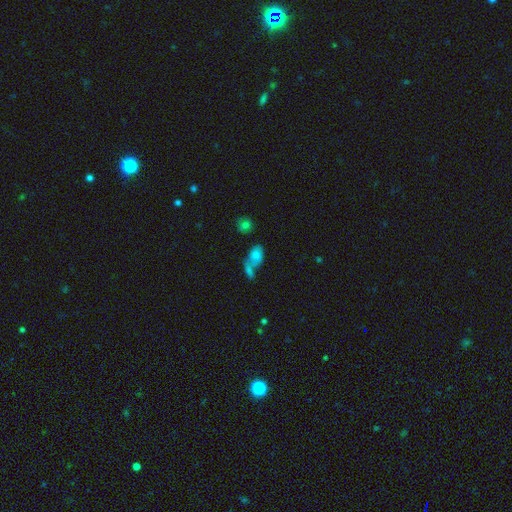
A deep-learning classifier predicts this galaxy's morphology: smooth-or-featured: smooth: 72% | featured or disk: 15% | star or artifact: 13%
  how-rounded: in between: 82% | round: 14% | cigar-shaped: 4%
  merging: merger: 53% | none: 27% | minor disturbance: 11% | major disturbance: 9%